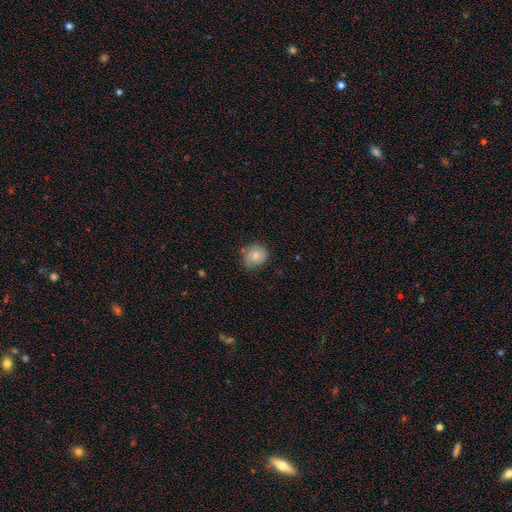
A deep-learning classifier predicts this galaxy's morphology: smooth 74%, featured or disk 17%, star or artifact 8%. Down the decision tree: how rounded — round (78%); merging — none (68%).